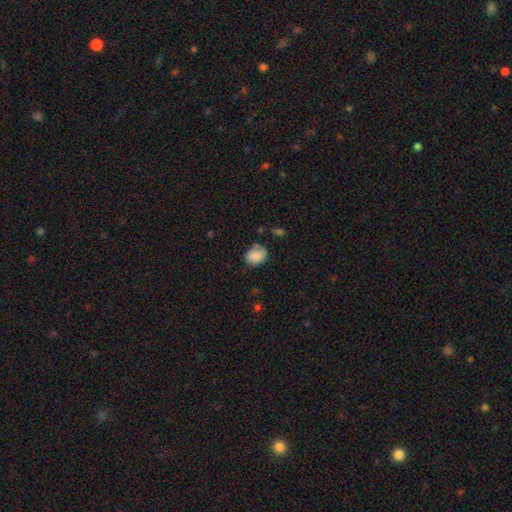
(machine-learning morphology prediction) Overall: smooth (85%). How rounded: in between (51%; round 48%). Merging: none (65%; minor disturbance 25%).